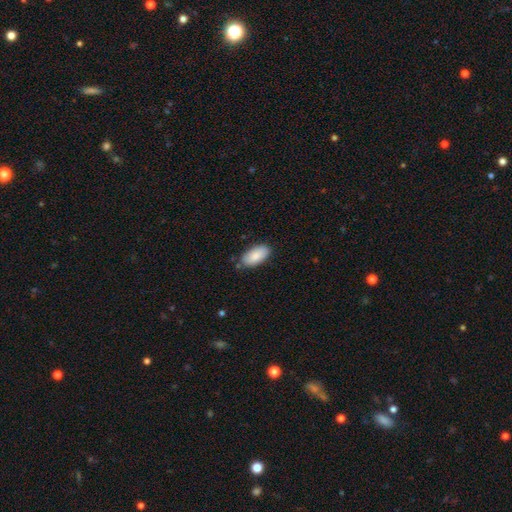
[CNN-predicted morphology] Smooth or featured? smooth (87%)
How rounded? in between (94%)
Merging? none (82%)